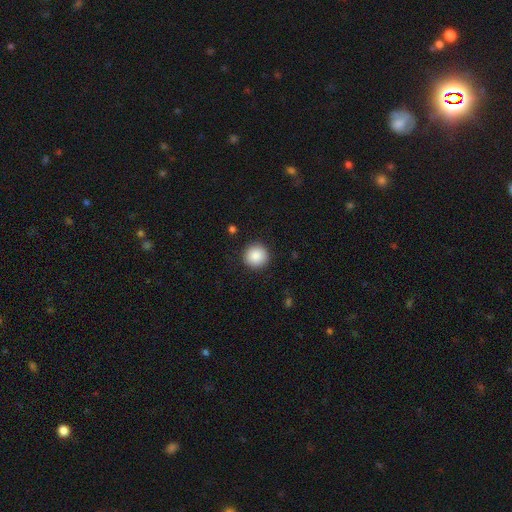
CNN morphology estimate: smooth_or_featured: smooth (p=0.88) [alt: star or artifact p=0.08]
how_rounded: round (p=0.95) [alt: in between p=0.04]
merging: none (p=0.91) [alt: minor disturbance p=0.06]